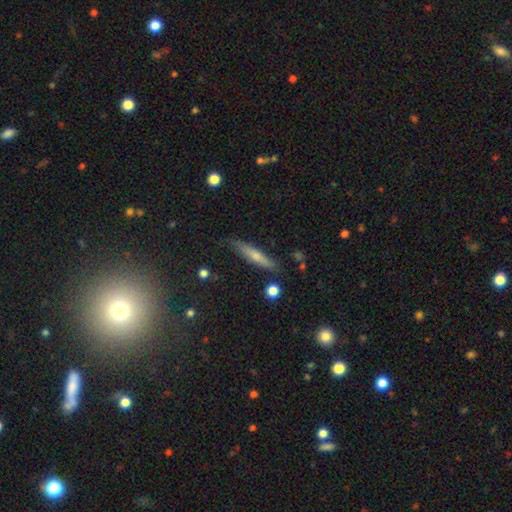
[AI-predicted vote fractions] Smooth or featured: smooth — 50% (featured or disk — 41%)
Merging: none — 83% (minor disturbance — 12%)